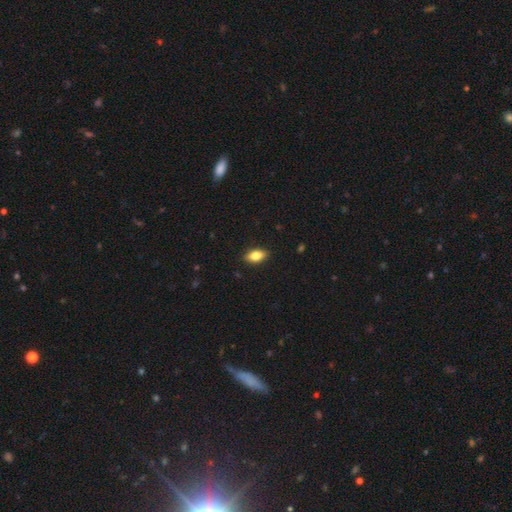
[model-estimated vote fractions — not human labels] The model was most divided on "smooth or featured": smooth: 79%, featured or disk: 14%, star or artifact: 7%. More confident: merging — none (89%); how rounded — in between (87%).